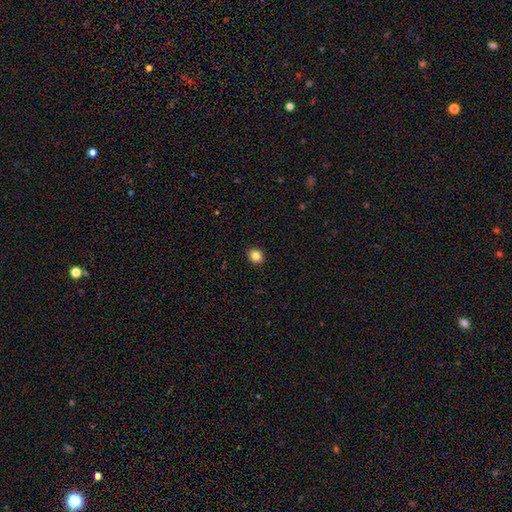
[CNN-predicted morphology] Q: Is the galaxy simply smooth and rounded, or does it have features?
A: smooth — 84%.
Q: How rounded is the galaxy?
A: round — 71%.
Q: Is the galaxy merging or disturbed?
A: none — 92%.